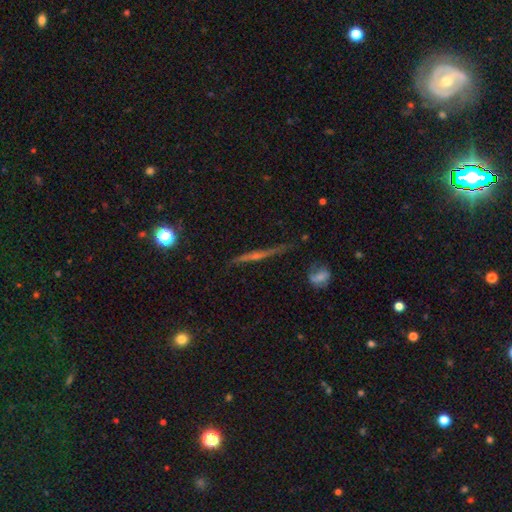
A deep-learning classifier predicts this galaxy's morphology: This is likely a featured or disk galaxy (69%). It is clearly viewed edge-on (95%). Edge-on bulge: likely rounded (60%). Merging: clearly none (82%).